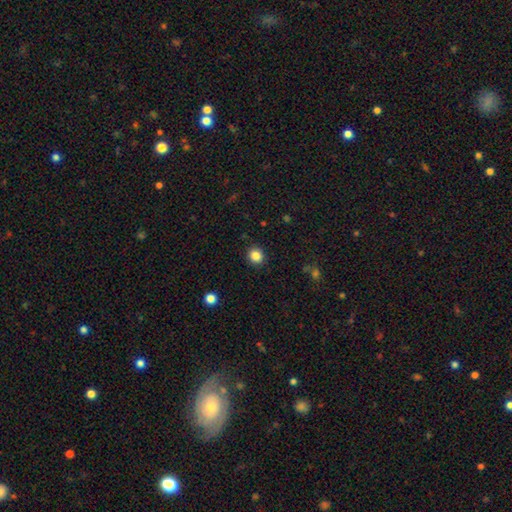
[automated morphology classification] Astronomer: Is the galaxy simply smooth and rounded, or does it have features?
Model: smooth — 85%.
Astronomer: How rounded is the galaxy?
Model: round — 86%.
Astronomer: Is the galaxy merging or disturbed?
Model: none — 91%.